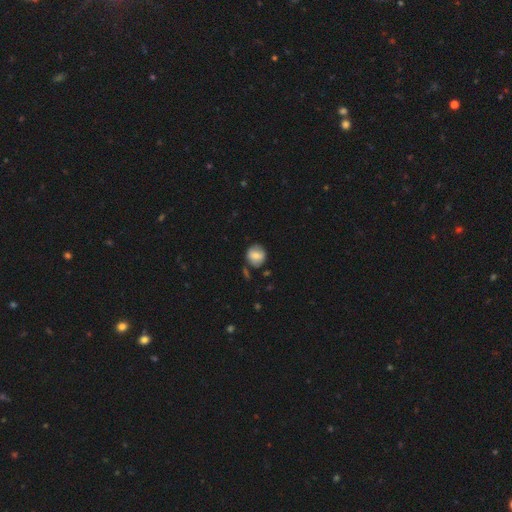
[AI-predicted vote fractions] The model was most divided on "merging": none: 76%, minor disturbance: 16%, merger: 4%, major disturbance: 4%. More confident: how rounded — round (82%); smooth or featured — smooth (76%).